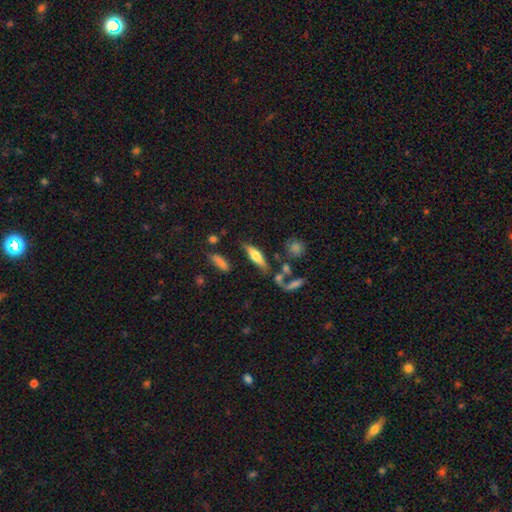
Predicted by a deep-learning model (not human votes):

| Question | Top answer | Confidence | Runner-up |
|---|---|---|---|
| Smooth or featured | smooth | 57% | featured or disk (35%) |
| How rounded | cigar-shaped | 54% | in between (43%) |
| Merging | none | 60% | minor disturbance (18%) |